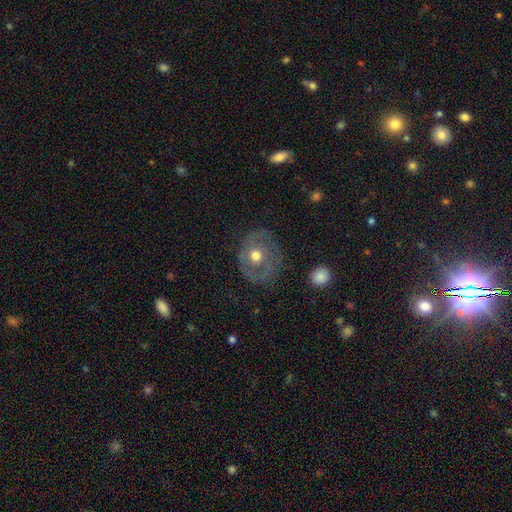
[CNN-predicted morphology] A featured or disk galaxy (51%). Merging: none (71%).